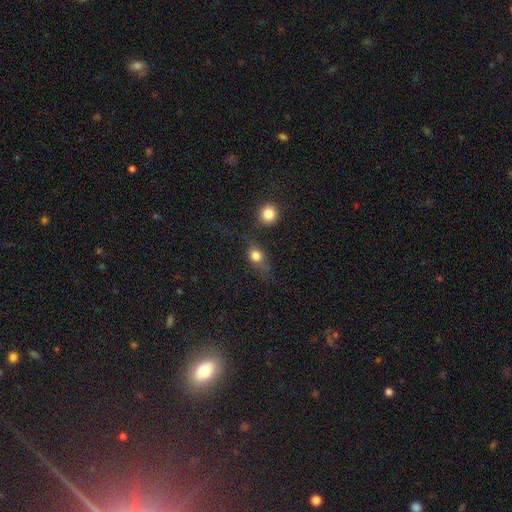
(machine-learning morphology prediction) smooth 73%, featured or disk 15%, star or artifact 12%. Down the decision tree: how rounded — round (52%); merging — none (49%).